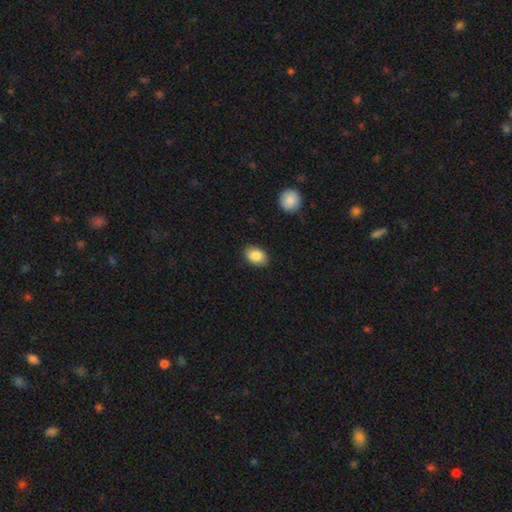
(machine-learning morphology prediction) A smooth galaxy with no disk features (88%) that is in between round and cigar-shaped (85%).

Vote fractions:
- Smooth or featured? smooth: 88% / star or artifact: 7% / featured or disk: 5%
- How rounded? in between: 85% / round: 14% / cigar-shaped: 1%
- Merging? none: 86% / minor disturbance: 10% / major disturbance: 2% / merger: 1%